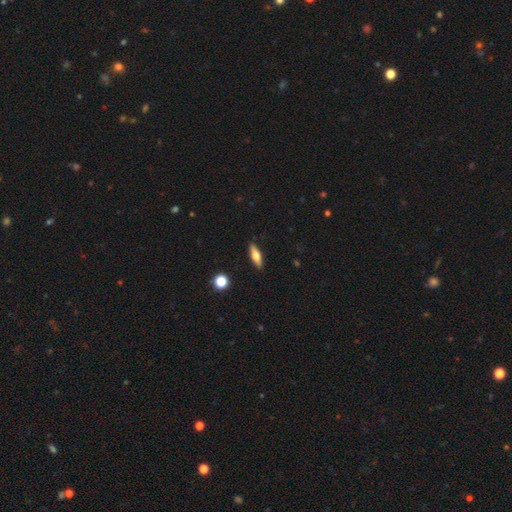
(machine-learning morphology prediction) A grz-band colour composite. It shows a smooth galaxy with no disk features (55%) that is cigar-shaped (50%). Merging: none (89%).